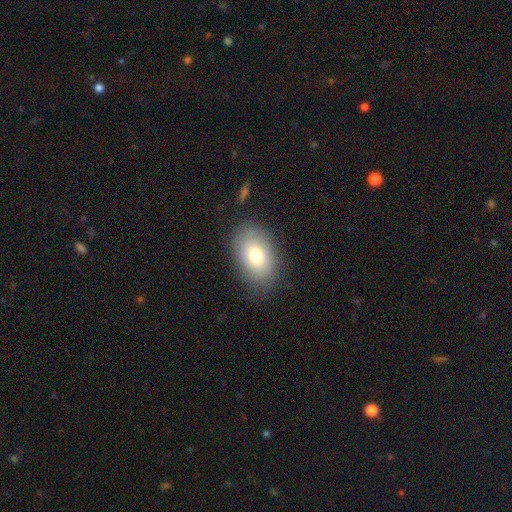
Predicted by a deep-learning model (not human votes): This appears to be a smooth galaxy with no disk features (76%) that is in between round and cigar-shaped (87%). Merging: none (81%).